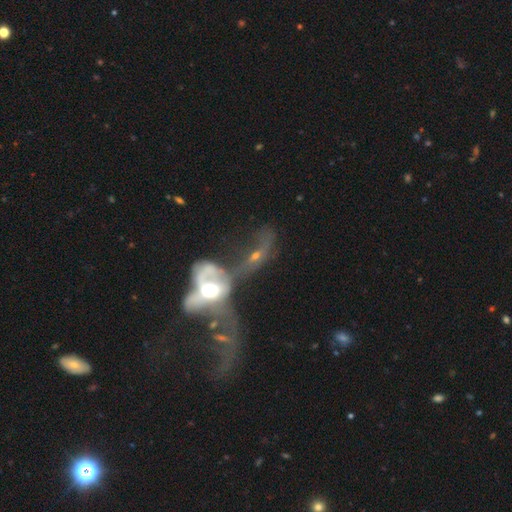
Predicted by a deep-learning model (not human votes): A featured or disk galaxy (64%) with no bar (71%), no spiral arms (57%) and a moderate central bulge (61%).

Vote fractions:
- Smooth or featured? featured or disk: 64% / smooth: 24% / star or artifact: 13%
- Edge-on disk? no: 90% / yes: 10%
- Bar? no: 71% / weak: 20% / strong: 9%
- Spiral arms? no: 57% / yes: 43%
- Bulge size? moderate: 61% / small: 16% / large: 15% / none: 5% / dominant: 3%
- Merging? merger: 63% / major disturbance: 27% / none: 6% / minor disturbance: 4%